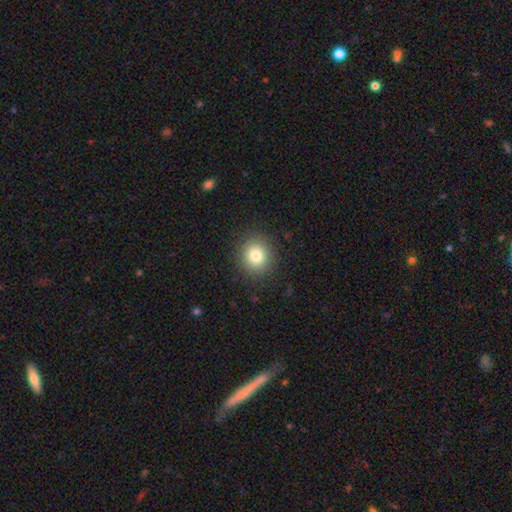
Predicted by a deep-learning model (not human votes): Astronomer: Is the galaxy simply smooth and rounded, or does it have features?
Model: smooth — 81%.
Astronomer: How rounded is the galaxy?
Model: round — 85%.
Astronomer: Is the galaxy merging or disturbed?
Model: none — 89%.